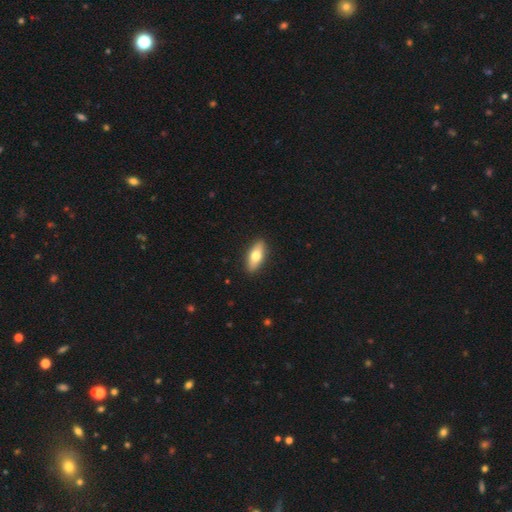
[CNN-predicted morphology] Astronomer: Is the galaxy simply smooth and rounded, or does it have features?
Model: smooth — 68%.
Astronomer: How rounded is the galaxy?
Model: in between — 75%.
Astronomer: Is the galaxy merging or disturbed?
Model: none — 90%.